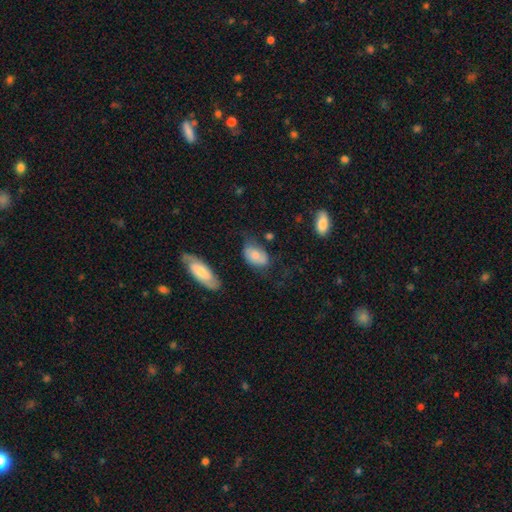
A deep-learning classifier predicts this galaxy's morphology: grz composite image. It shows a smooth galaxy with no disk features (68%) that is in between round and cigar-shaped (89%). Merging: none (46%).